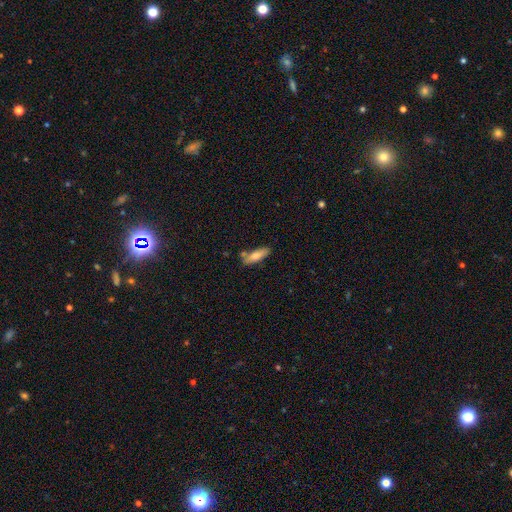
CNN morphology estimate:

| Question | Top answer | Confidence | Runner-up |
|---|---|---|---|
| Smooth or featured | smooth | 75% | featured or disk (18%) |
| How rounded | cigar-shaped | 51% | in between (46%) |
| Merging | none | 70% | minor disturbance (16%) |